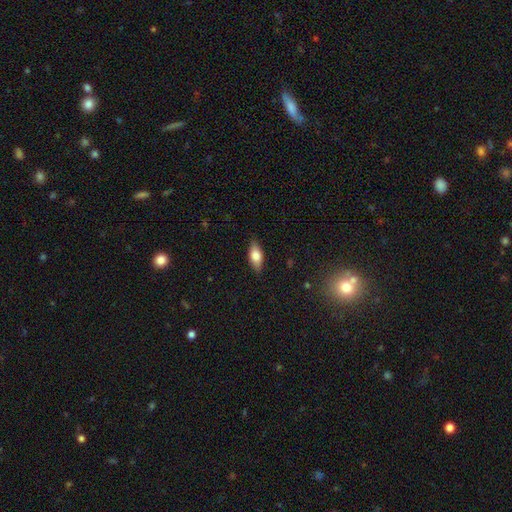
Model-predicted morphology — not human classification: A smooth galaxy with no disk features (73%) that is in between round and cigar-shaped (81%). Merging: none (86%).